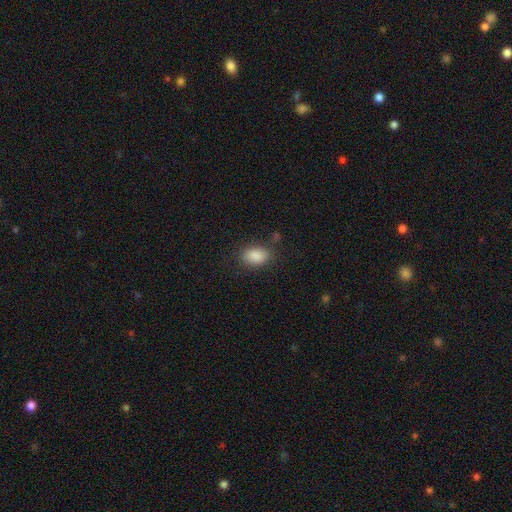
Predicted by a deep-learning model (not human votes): A smooth galaxy with no disk features (87%) that is in between round and cigar-shaped (84%).

Vote fractions:
- Smooth or featured? smooth: 87% / star or artifact: 8% / featured or disk: 4%
- How rounded? in between: 84% / round: 15% / cigar-shaped: 1%
- Merging? none: 78% / minor disturbance: 15% / major disturbance: 5% / merger: 3%